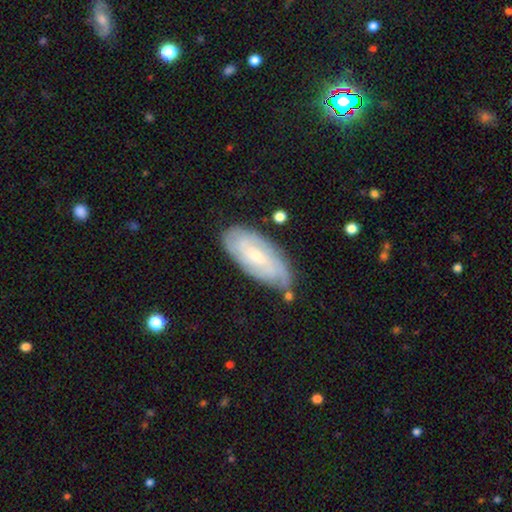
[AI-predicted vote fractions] smooth-or-featured: featured or disk: 64% | smooth: 29% | star or artifact: 6%
  disk-edge-on: no: 91% | yes: 9%
    bar: no: 49% | weak: 42% | strong: 9%
    has-spiral-arms: yes: 88% | no: 12%
      spiral-winding: tight: 63% | medium: 29% | loose: 9%
      spiral-arm-count: can't tell: 52% | 2: 20% | 3: 12% | 4: 9% | more than 4: 3% | 1: 3%
    bulge-size: small: 60% | moderate: 34% | none: 3% | large: 2% | dominant: 1%
  merging: none: 69% | minor disturbance: 23% | major disturbance: 5% | merger: 3%